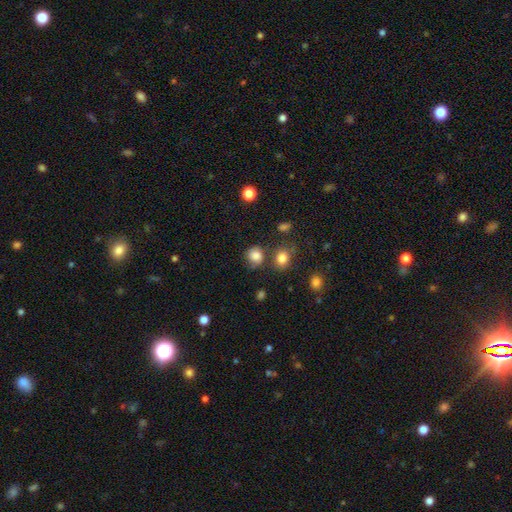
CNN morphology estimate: This appears to be a smooth galaxy with no disk features (78%) that is round (79%). Merging: none (63%).